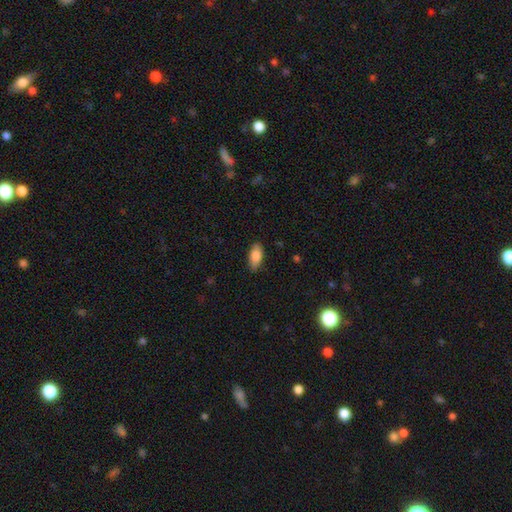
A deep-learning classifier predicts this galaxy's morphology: smooth-or-featured: smooth: 82% | featured or disk: 12% | star or artifact: 6%
  how-rounded: in between: 88% | cigar-shaped: 10% | round: 2%
  merging: none: 86% | minor disturbance: 11% | major disturbance: 2% | merger: 1%